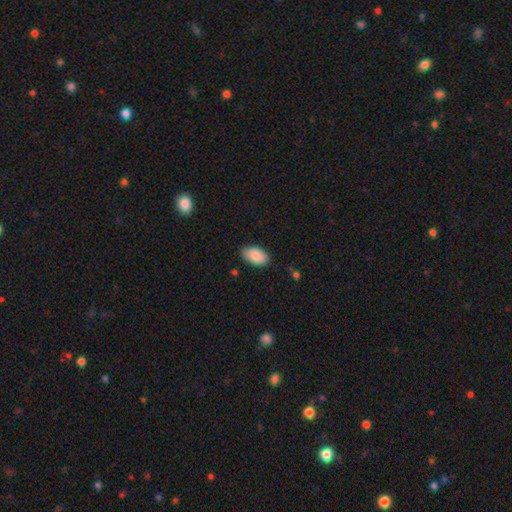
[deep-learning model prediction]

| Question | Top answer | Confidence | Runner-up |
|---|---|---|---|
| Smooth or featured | smooth | 89% | star or artifact (6%) |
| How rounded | in between | 94% | round (4%) |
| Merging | none | 82% | minor disturbance (14%) |